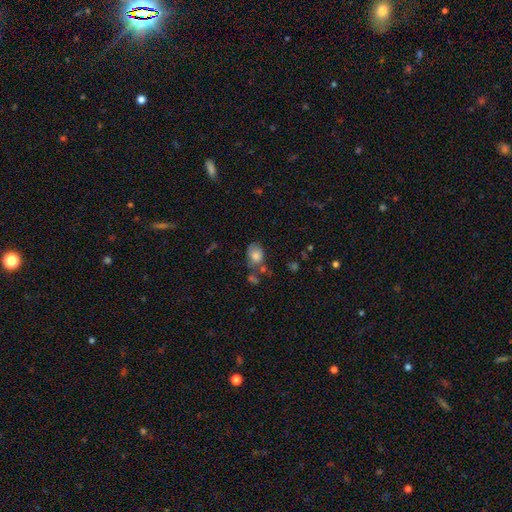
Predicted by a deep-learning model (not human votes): Smooth or featured?
  - smooth: 75% *
  - featured or disk: 16%
  - star or artifact: 9%
How rounded?
  - in between: 67% *
  - round: 32%
  - cigar-shaped: 1%
Merging?
  - none: 42% *
  - minor disturbance: 28%
  - merger: 16%
  - major disturbance: 14%